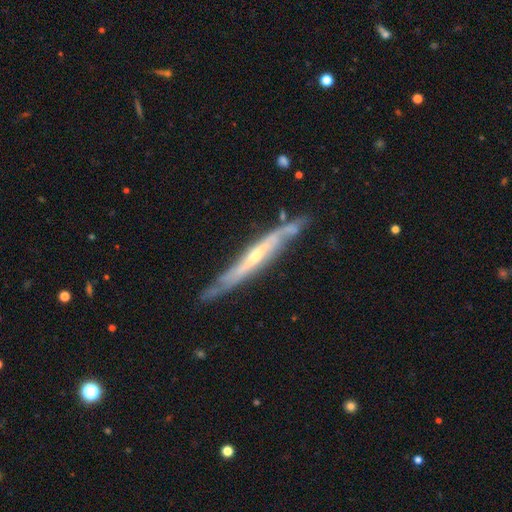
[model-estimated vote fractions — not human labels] A featured or disk galaxy (80%) viewed edge-on (77%) with a rounded central bulge (55%). Merging: none (67%).